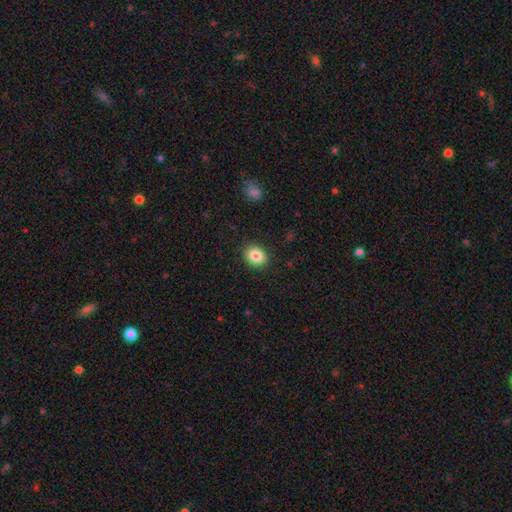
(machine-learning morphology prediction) A smooth galaxy with no disk features (85%) that is round (57%). Merging: none (89%).